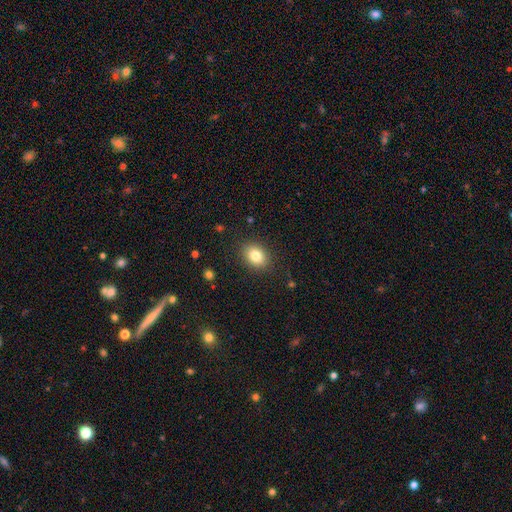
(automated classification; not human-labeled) The model was most divided on "how rounded": in between: 59%, round: 40%, cigar-shaped: 1%. More confident: merging — none (87%); smooth or featured — smooth (82%).